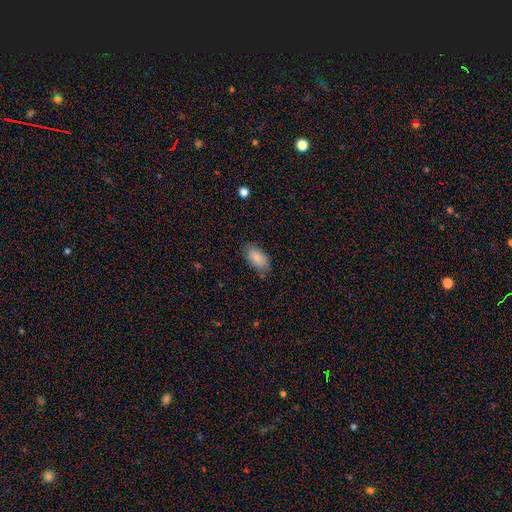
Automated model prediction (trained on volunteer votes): Smooth or featured: smooth — 86% (star or artifact — 7%)
How rounded: in between — 93% (cigar-shaped — 4%)
Merging: none — 82% (minor disturbance — 14%)